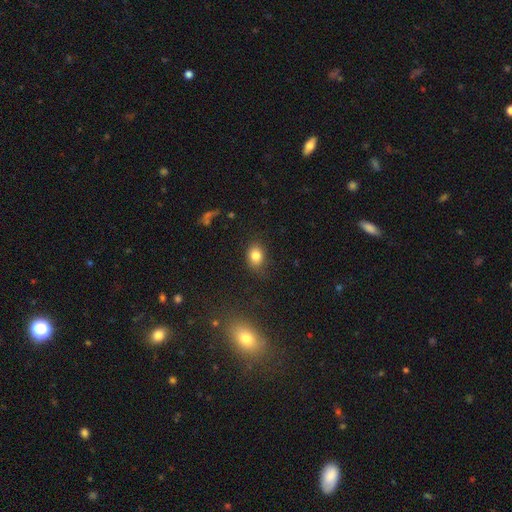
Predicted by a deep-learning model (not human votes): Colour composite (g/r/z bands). It shows a smooth galaxy with no disk features (81%) that is in between round and cigar-shaped (62%). Merging: none (77%).